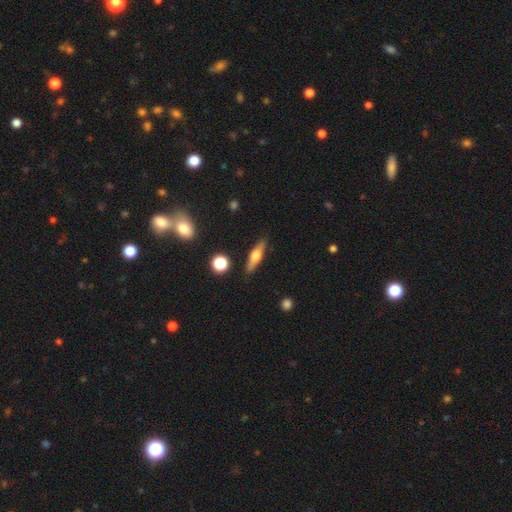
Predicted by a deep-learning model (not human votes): Smooth or featured? Predicted: featured or disk (p=0.52). Edge-on disk? Predicted: yes (p=0.93). Merging? Predicted: none (p=0.87).